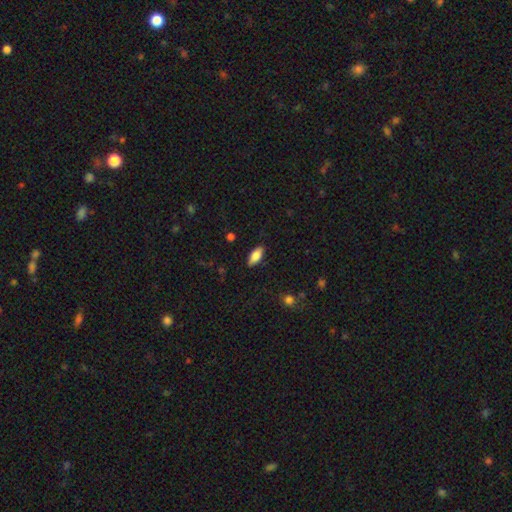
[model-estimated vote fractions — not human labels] Overall: smooth (80%). How rounded: in between (83%). Merging: none (87%).